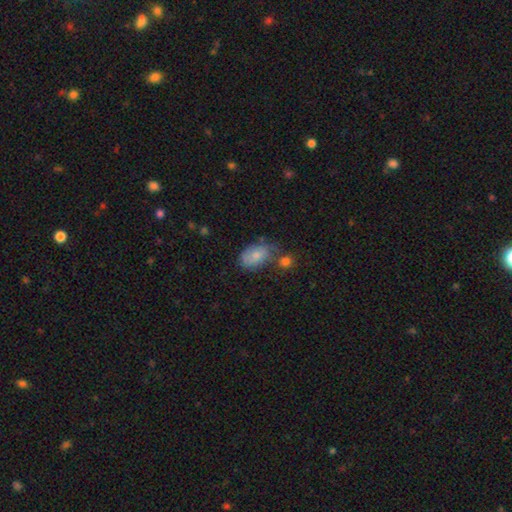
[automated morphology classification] Q: Smooth or featured?
A: smooth (73%); runner-up: featured or disk (19%)
Q: How rounded?
A: in between (86%); runner-up: round (12%)
Q: Merging?
A: none (46%); runner-up: minor disturbance (29%)